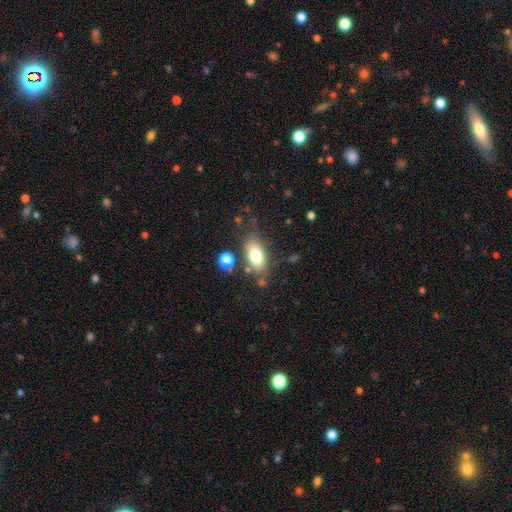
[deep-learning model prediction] Morphology: type=smooth (76%); roundness=in between (87%); merging=none (71%).